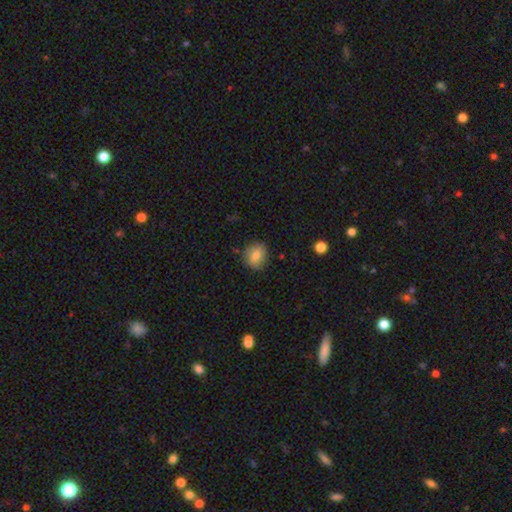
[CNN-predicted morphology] Smooth or featured? smooth (78%)
How rounded? round (73%)
Merging? none (80%)